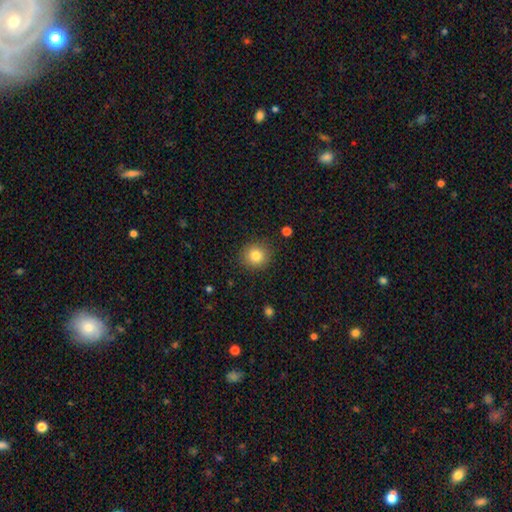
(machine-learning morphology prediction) type=smooth (82%); roundness=round (86%); merging=none (88%).